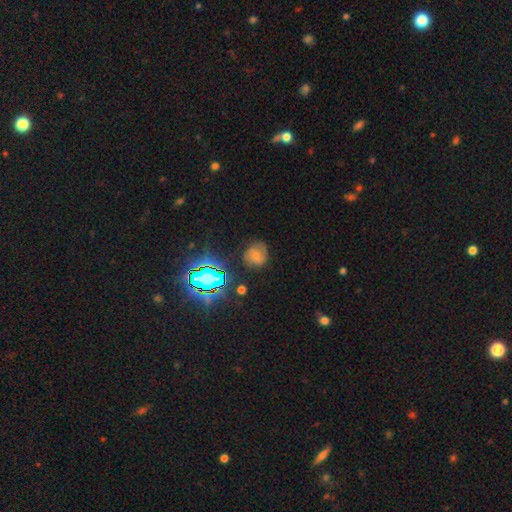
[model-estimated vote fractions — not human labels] Smooth or featured? Predicted: smooth (p=0.43). Merging? Predicted: none (p=0.72).